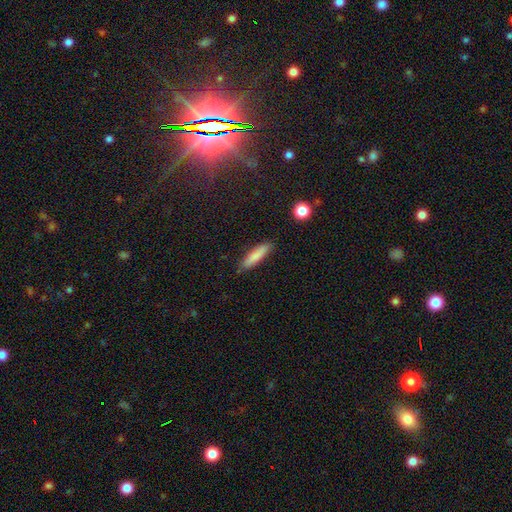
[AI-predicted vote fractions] smooth-or-featured: smooth: 82% | featured or disk: 12% | star or artifact: 7%
  how-rounded: cigar-shaped: 78% | in between: 20% | round: 2%
  merging: none: 84% | minor disturbance: 13% | major disturbance: 2% | merger: 1%